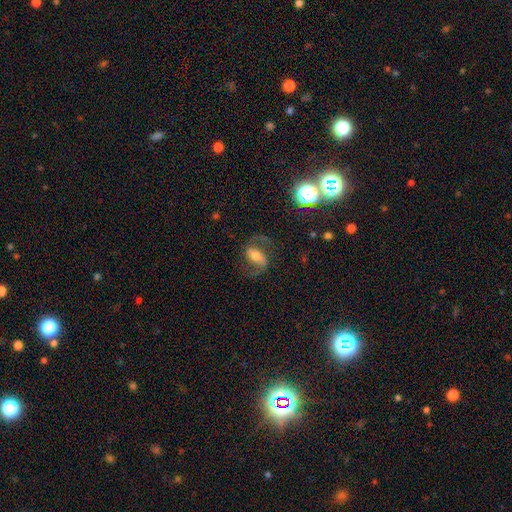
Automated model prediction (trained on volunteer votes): Morphology: type=featured or disk (68%); edge-on=no (95%); bar=strong (42%); spiral arms=yes (89%); winding=medium (47%); arm count=2 (90%); bulge=moderate (56%); merging=none (69%).